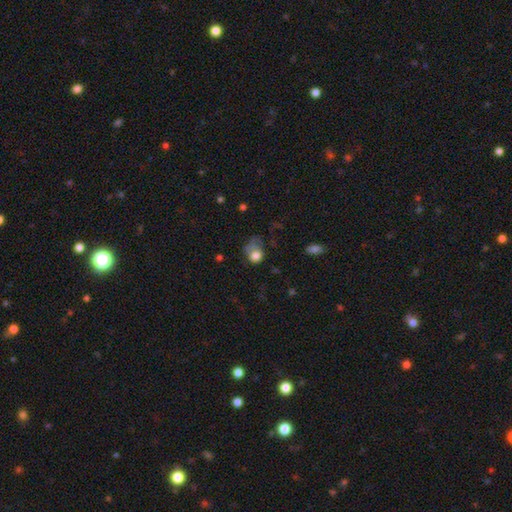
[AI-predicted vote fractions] smooth_or_featured: smooth (p=0.75) [alt: featured or disk p=0.15]
how_rounded: round (p=0.52) [alt: in between p=0.47]
merging: major disturbance (p=0.43) [alt: minor disturbance p=0.31]